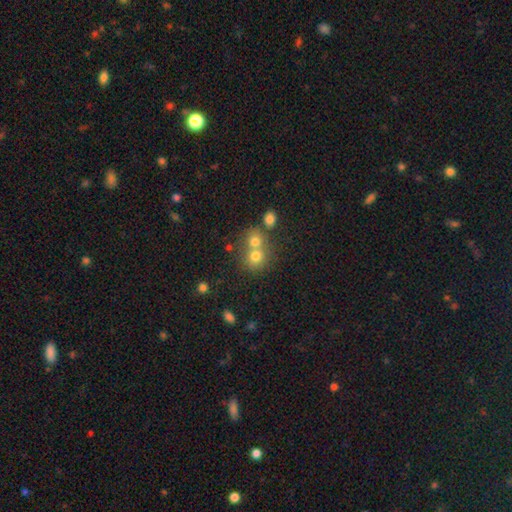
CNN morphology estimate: smooth_or_featured: smooth (p=0.73) [alt: star or artifact p=0.14]
how_rounded: round (p=0.80) [alt: in between p=0.19]
merging: merger (p=0.53) [alt: none p=0.38]